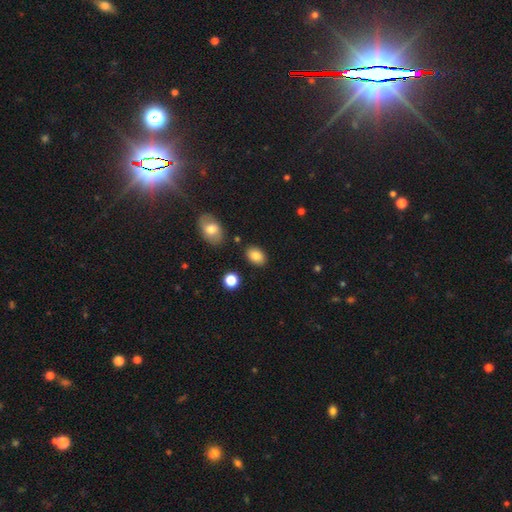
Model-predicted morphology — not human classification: The model was most divided on "how rounded": in between: 85%, round: 14%, cigar-shaped: 1%. More confident: merging — none (85%); smooth or featured — smooth (84%).